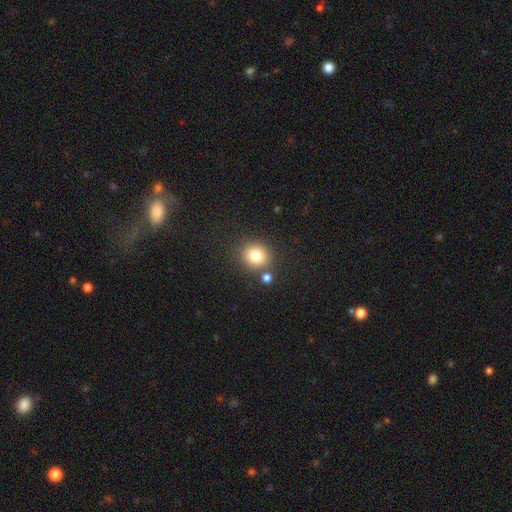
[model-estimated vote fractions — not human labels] The model was most divided on "how rounded": round: 81%, in between: 18%, cigar-shaped: 1%. More confident: smooth or featured — smooth (80%); merging — none (78%).